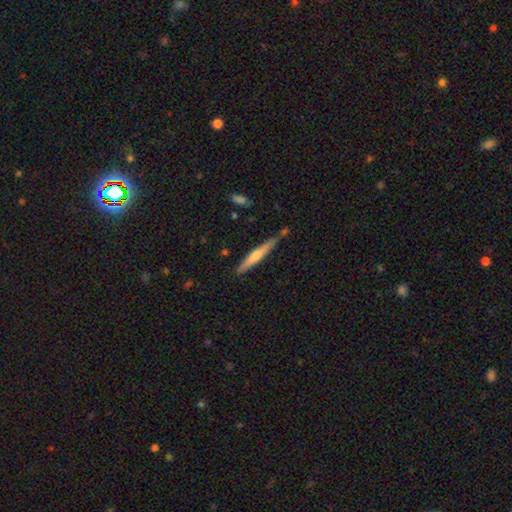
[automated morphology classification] A featured or disk galaxy (49%). Merging: none (81%).